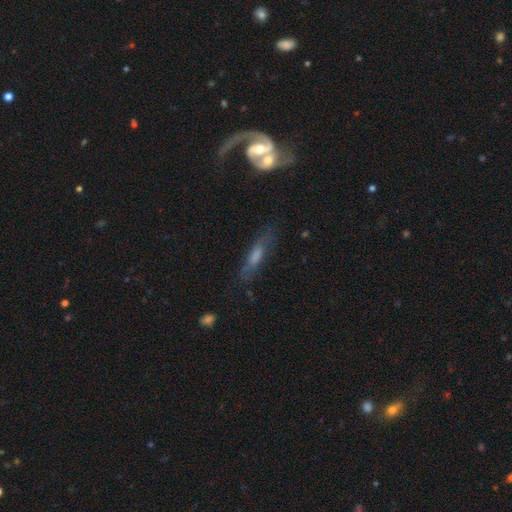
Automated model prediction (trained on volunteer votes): Morphology: type=featured or disk (53%); edge-on=no (51%); merging=none (65%).